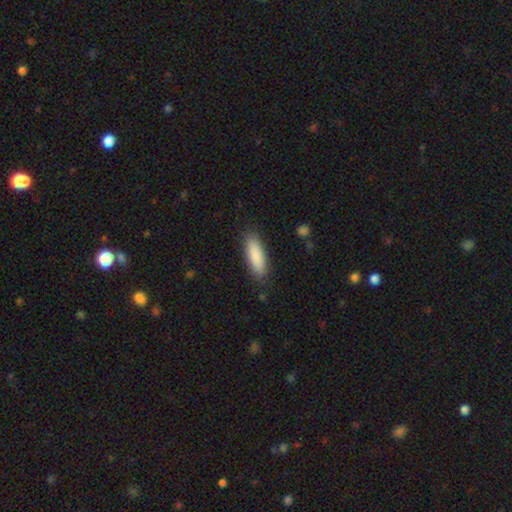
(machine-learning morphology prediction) smooth 88%, featured or disk 6%, star or artifact 6%. Down the decision tree: how rounded — in between (54%); merging — none (87%).